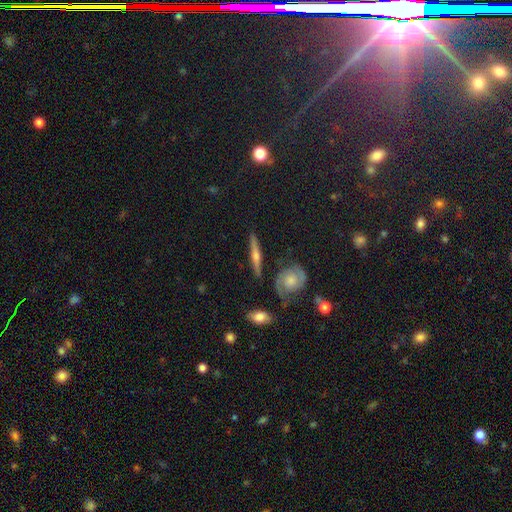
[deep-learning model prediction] featured or disk 71%, smooth 21%, star or artifact 9%. Down the decision tree: edge-on disk — yes (91%); edge-on bulge — rounded (87%); merging — none (83%).